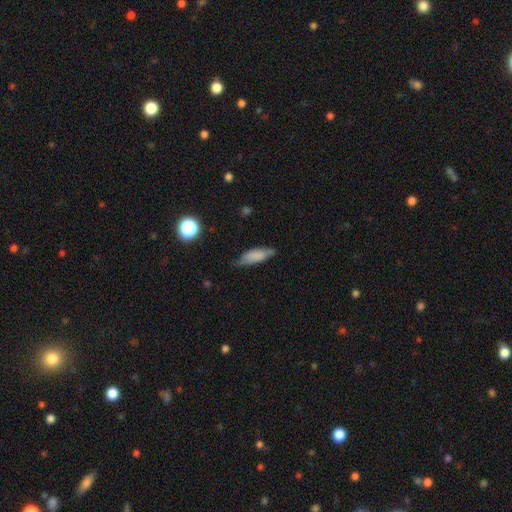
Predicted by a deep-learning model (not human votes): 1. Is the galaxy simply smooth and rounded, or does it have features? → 75% smooth, 18% featured or disk, 8% star or artifact.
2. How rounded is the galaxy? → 59% in between, 39% cigar-shaped, 2% round.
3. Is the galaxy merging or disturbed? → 59% none, 32% minor disturbance, 7% major disturbance, 2% merger.